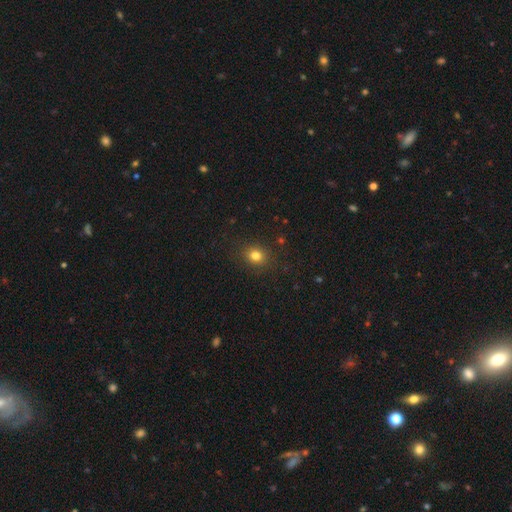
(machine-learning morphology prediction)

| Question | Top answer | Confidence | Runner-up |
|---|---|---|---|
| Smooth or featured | smooth | 80% | star or artifact (13%) |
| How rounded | round | 62% | in between (37%) |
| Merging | none | 87% | minor disturbance (9%) |